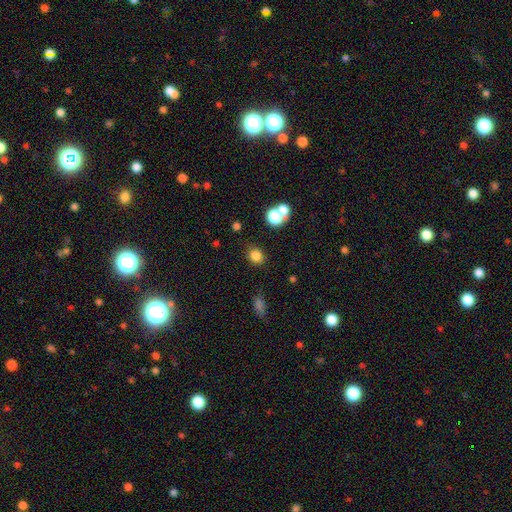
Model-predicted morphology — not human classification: The model was most divided on "how rounded": round: 62%, in between: 37%, cigar-shaped: 1%. More confident: smooth or featured — smooth (81%); merging — none (81%).